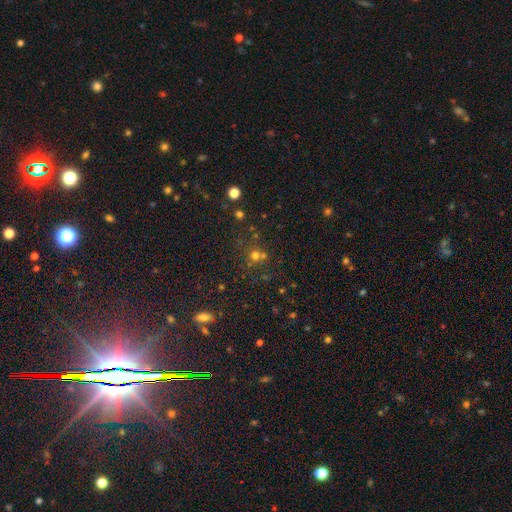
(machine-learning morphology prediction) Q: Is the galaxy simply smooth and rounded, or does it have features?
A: smooth — 61%.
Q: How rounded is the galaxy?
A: round — 87%.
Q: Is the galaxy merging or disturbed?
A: none — 59%.